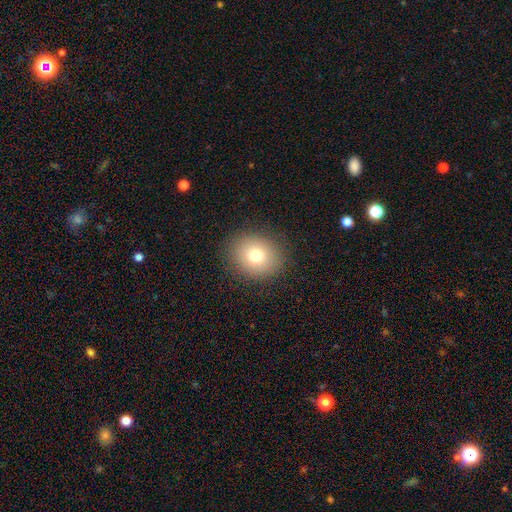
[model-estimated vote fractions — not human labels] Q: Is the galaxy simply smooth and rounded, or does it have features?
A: smooth — 76%.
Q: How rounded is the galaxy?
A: round — 70%.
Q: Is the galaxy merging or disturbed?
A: none — 88%.